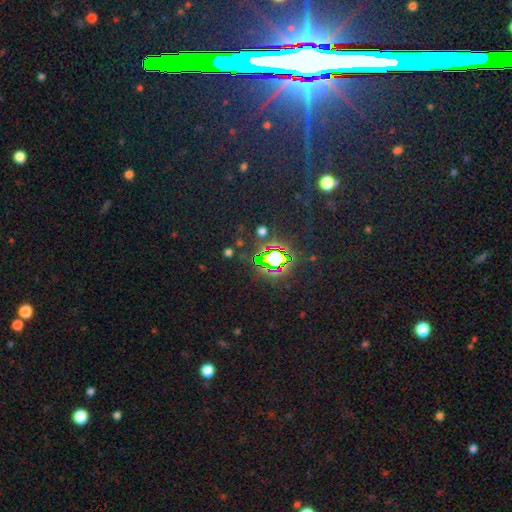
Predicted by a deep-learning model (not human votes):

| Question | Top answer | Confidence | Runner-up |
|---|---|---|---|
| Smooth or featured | star or artifact | 80% | smooth (11%) |